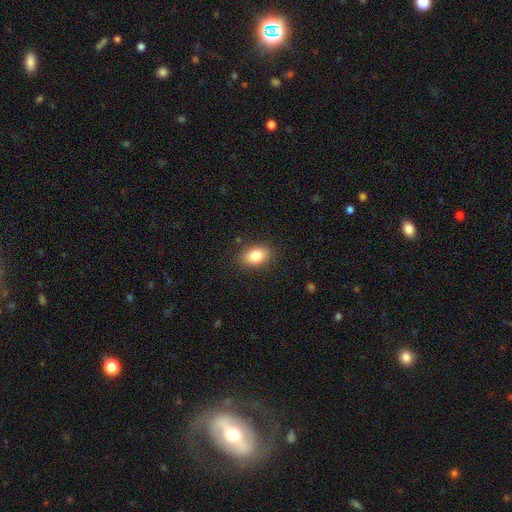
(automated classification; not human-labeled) smooth 83%, featured or disk 9%, star or artifact 8%. Down the decision tree: how rounded — in between (83%); merging — none (86%).